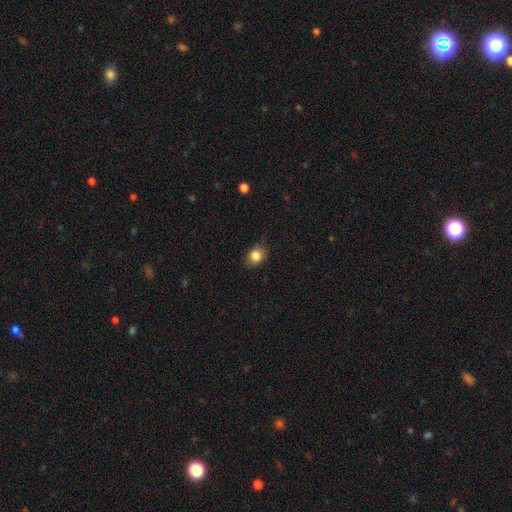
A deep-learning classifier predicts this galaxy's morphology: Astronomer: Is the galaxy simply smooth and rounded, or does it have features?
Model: smooth — 84%.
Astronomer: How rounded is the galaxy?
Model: round — 60% (runner-up: in between, 39%).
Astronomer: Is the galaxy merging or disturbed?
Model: none — 78%.